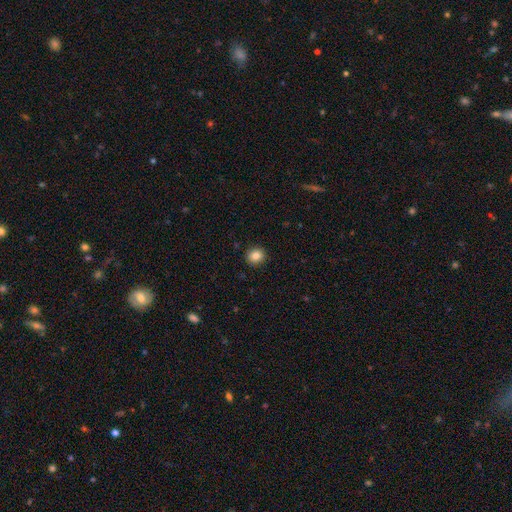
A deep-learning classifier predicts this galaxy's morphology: Smooth or featured? smooth (85%)
How rounded? round (80%)
Merging? none (91%)